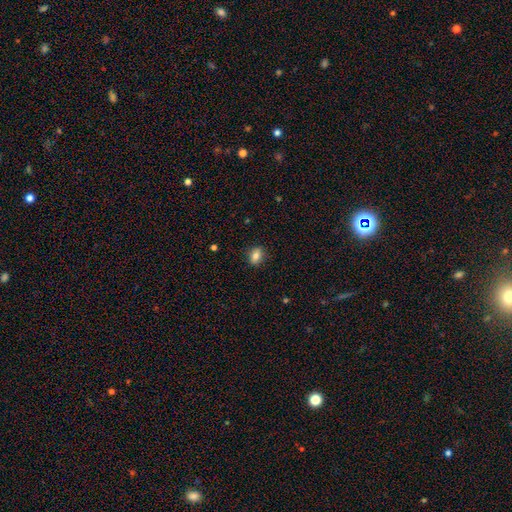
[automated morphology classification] This is likely a smooth galaxy (80%). How rounded: likely in between (69%). Merging: clearly none (86%).